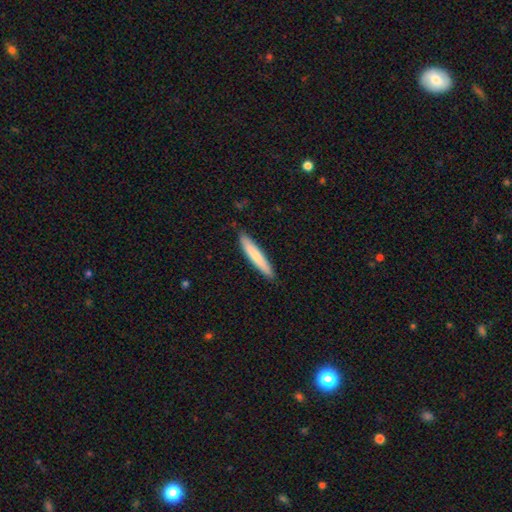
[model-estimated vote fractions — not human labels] A smooth galaxy with no disk features (74%) that is cigar-shaped (93%). Merging: none (88%).